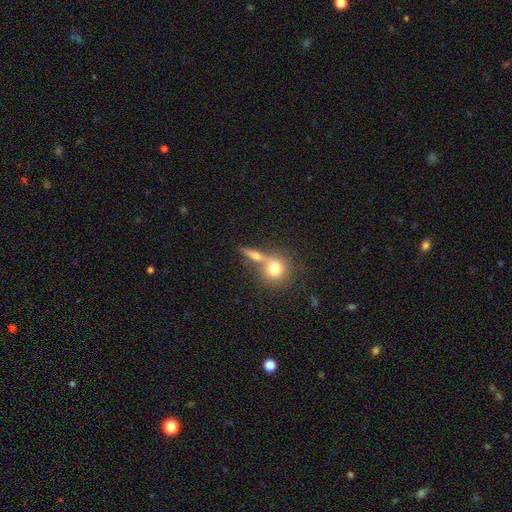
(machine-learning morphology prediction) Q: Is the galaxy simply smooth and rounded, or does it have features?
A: smooth — 54%.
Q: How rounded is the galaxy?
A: round — 45%.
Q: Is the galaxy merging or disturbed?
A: none — 54%.